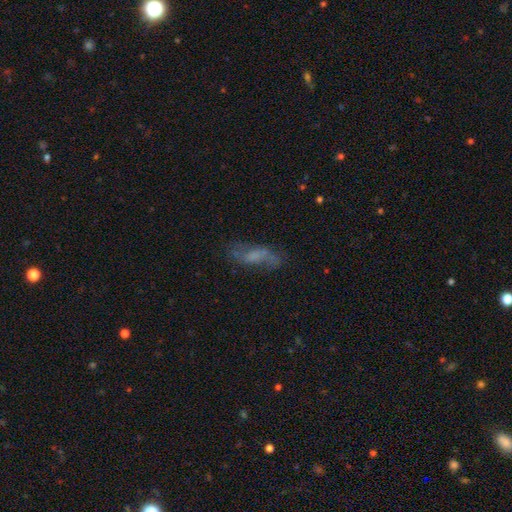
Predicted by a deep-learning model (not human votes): smooth-or-featured: featured or disk: 46% | smooth: 42% | star or artifact: 11%
  merging: none: 62% | minor disturbance: 22% | major disturbance: 13% | merger: 3%